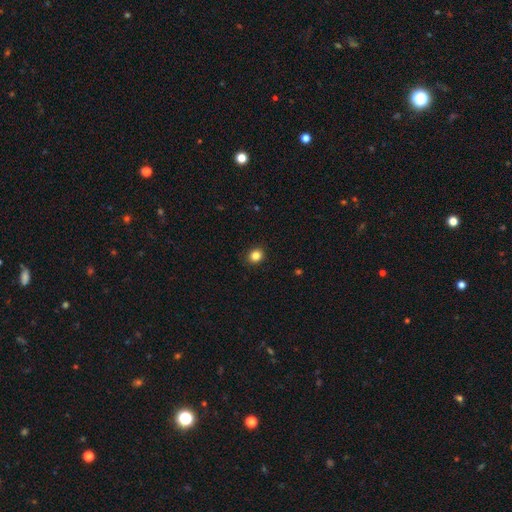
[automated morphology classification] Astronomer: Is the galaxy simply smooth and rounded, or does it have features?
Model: smooth — 84%.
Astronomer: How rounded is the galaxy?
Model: round — 76%.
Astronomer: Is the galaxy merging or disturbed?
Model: none — 90%.